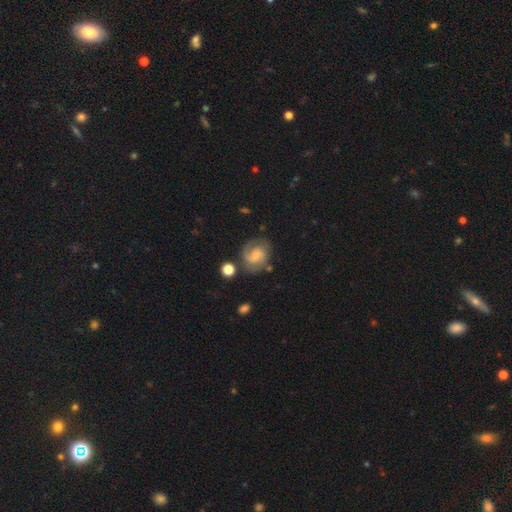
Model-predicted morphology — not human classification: Overall: featured or disk (71%). Edge-on disk: no (98%). Bar: weak (48%; no 42%). Spiral arms: yes (93%). Spiral arm count: 2 (79%). Spiral winding: medium (51%; tight 29%). Bulge size: small (56%; moderate 25%). Merging: none (70%).